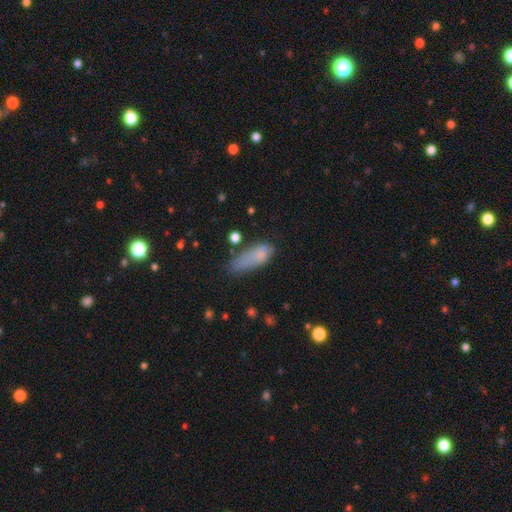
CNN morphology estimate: A smooth galaxy with no disk features (76%) that is in between round and cigar-shaped (60%). Merging: none (41%).